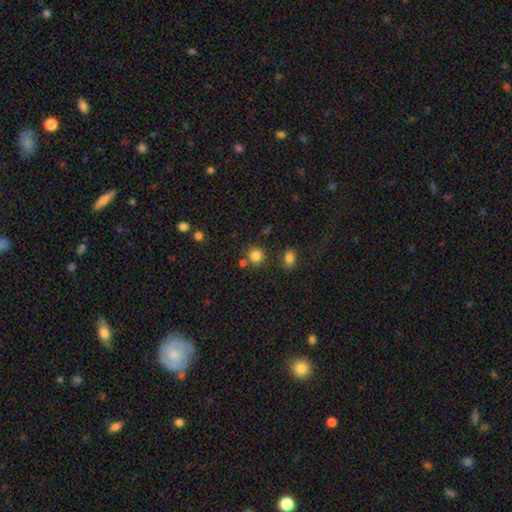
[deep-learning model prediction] The model was most divided on "merging": none: 73%, merger: 14%, minor disturbance: 10%, major disturbance: 4%. More confident: how rounded — round (89%); smooth or featured — smooth (82%).